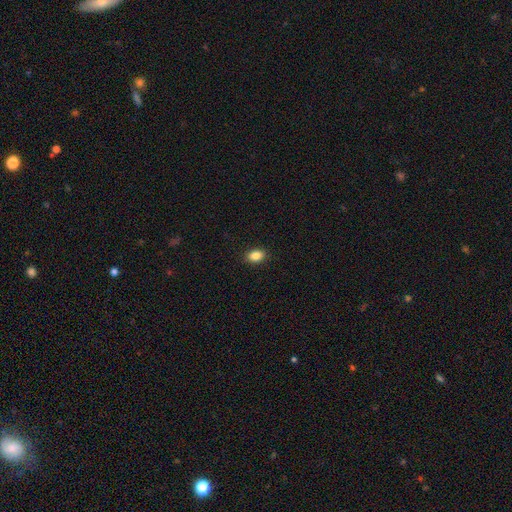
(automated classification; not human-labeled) Q: Smooth or featured?
A: smooth (86%); runner-up: star or artifact (9%)
Q: How rounded?
A: in between (80%); runner-up: round (18%)
Q: Merging?
A: none (90%); runner-up: minor disturbance (7%)